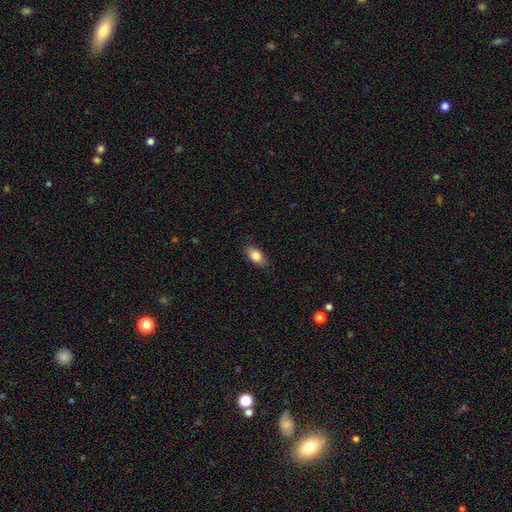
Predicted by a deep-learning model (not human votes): A smooth galaxy with no disk features (83%) that is in between round and cigar-shaped (89%).

Vote fractions:
- Smooth or featured? smooth: 83% / featured or disk: 10% / star or artifact: 7%
- How rounded? in between: 89% / cigar-shaped: 6% / round: 5%
- Merging? none: 85% / minor disturbance: 11% / major disturbance: 2% / merger: 1%